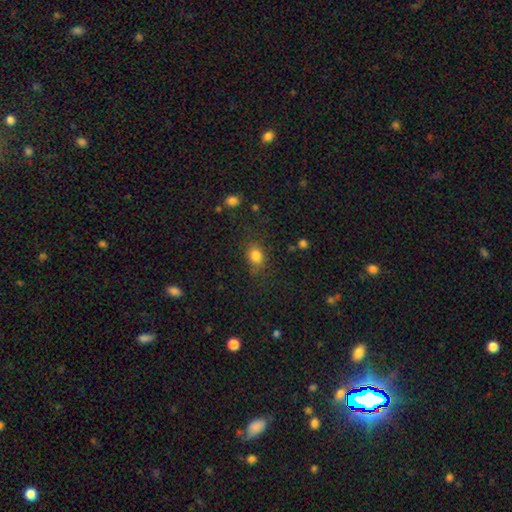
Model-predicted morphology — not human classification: A smooth galaxy with no disk features (81%) that is in between round and cigar-shaped (61%).

Vote fractions:
- Smooth or featured? smooth: 81% / star or artifact: 12% / featured or disk: 7%
- How rounded? in between: 61% / round: 37% / cigar-shaped: 1%
- Merging? none: 76% / minor disturbance: 16% / major disturbance: 6% / merger: 2%